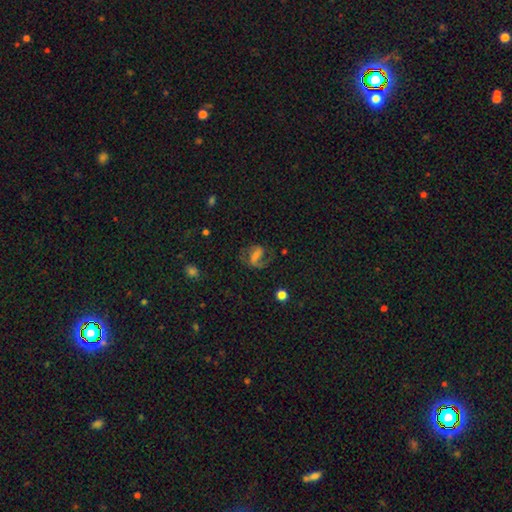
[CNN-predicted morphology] The model was most divided on "bar": strong: 39%, weak: 38%, no: 22%. Remaining: edge-on disk — no (96%); spiral arms — yes (90%); spiral arm count — 2 (71%); smooth or featured — featured or disk (65%); merging — none (59%); spiral winding — medium (49%); bulge size — none (36%).